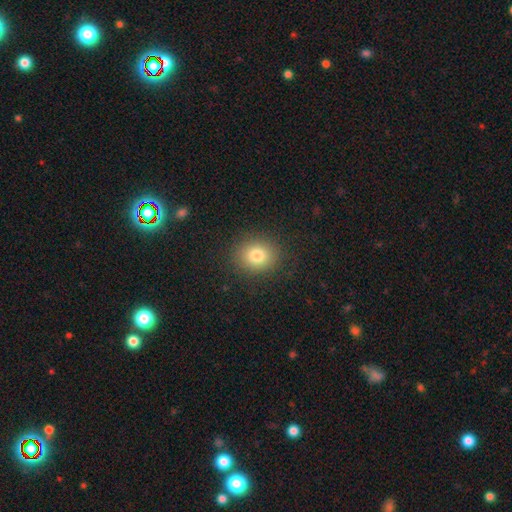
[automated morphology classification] Overall: smooth (81%). How rounded: round (72%). Merging: none (88%).